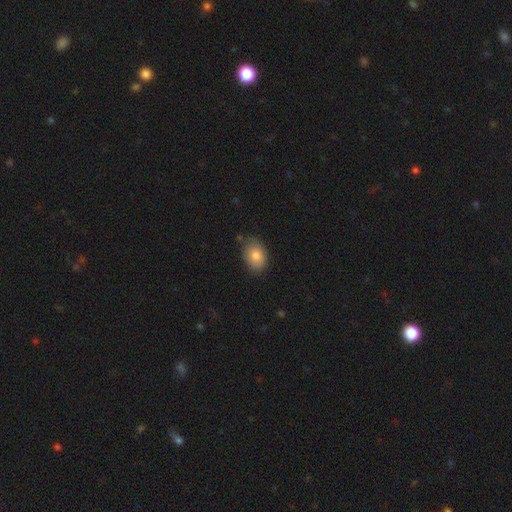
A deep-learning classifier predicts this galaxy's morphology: A smooth galaxy with no disk features (82%) that is in between round and cigar-shaped (77%).

Vote fractions:
- Smooth or featured? smooth: 82% / featured or disk: 10% / star or artifact: 8%
- How rounded? in between: 77% / round: 22% / cigar-shaped: 1%
- Merging? none: 75% / minor disturbance: 20% / major disturbance: 3% / merger: 2%